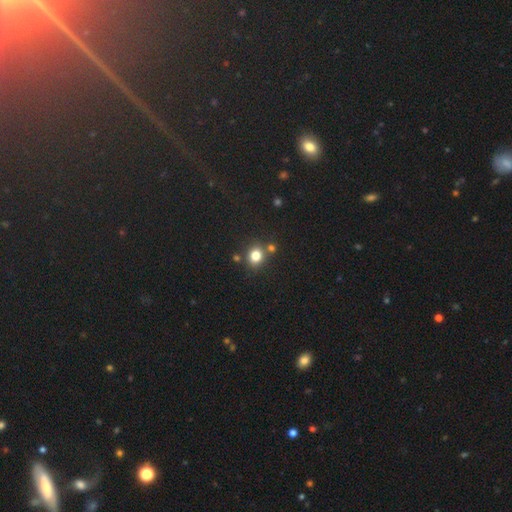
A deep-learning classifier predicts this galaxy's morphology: Smooth or featured? Predicted: smooth (p=0.80). How rounded? Predicted: round (p=0.73). Merging? Predicted: none (p=0.73).